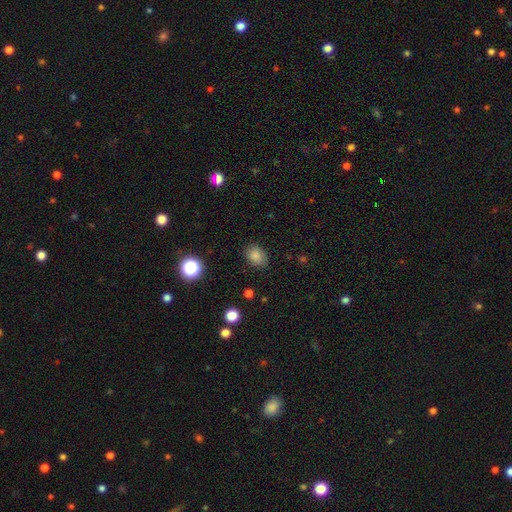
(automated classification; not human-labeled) Smooth or featured?
  - smooth: 83% *
  - star or artifact: 12%
  - featured or disk: 5%
How rounded?
  - in between: 65% *
  - round: 34%
  - cigar-shaped: 1%
Merging?
  - none: 82% *
  - minor disturbance: 13%
  - major disturbance: 3%
  - merger: 1%